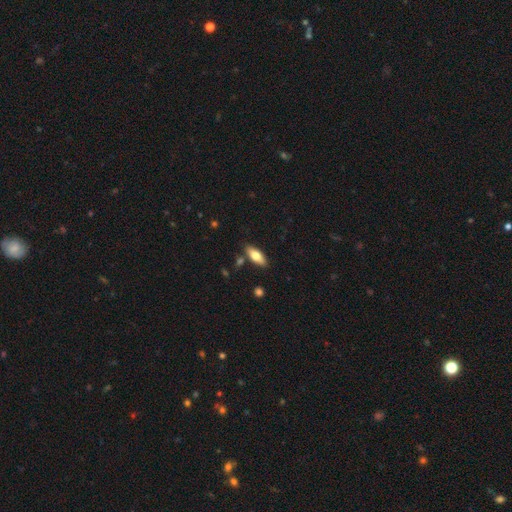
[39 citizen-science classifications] Smooth or featured?
  - smooth: 79% *
  - featured or disk: 13%
  - star or artifact: 8%
How rounded?
  - in between: 84% *
  - cigar-shaped: 13%
  - round: 3%
Merging?
  - none: 81% *
  - minor disturbance: 17%
  - merger: 3%
  - major disturbance: 0%